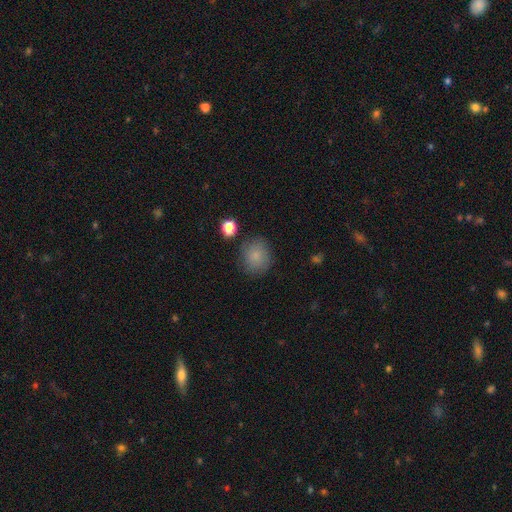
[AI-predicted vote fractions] This is clearly a smooth galaxy (83%). How rounded: clearly round (82%). Merging: clearly none (81%).